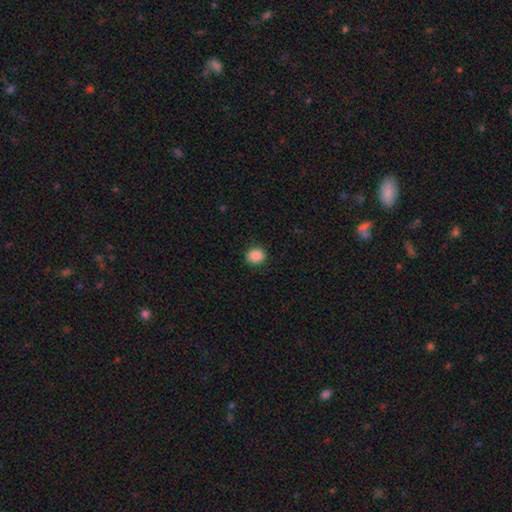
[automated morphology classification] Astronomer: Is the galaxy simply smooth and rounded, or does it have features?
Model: smooth — 88%.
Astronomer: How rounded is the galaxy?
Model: round — 67%.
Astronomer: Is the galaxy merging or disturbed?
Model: none — 90%.